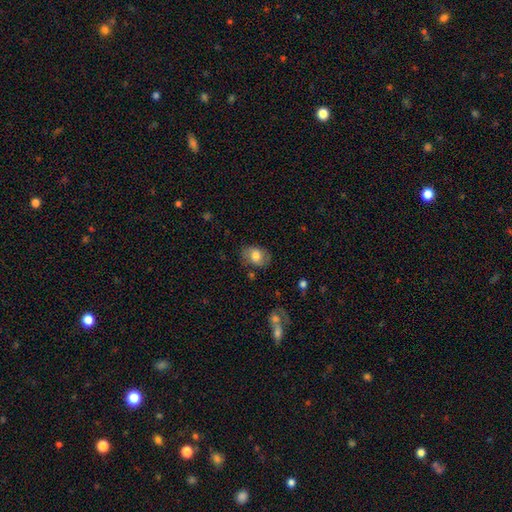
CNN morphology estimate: Smooth or featured: smooth — 73% (featured or disk — 19%)
How rounded: in between — 70% (round — 29%)
Merging: none — 75% (minor disturbance — 18%)